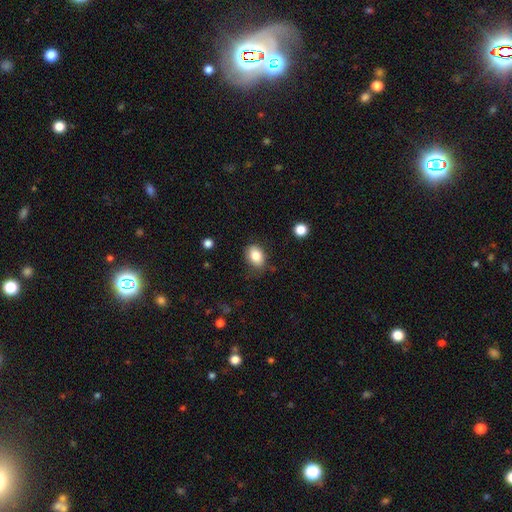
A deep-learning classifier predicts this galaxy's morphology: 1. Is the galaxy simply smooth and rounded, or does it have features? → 83% smooth, 9% star or artifact, 8% featured or disk.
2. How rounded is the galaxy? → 74% in between, 25% round, 1% cigar-shaped.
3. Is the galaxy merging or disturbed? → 76% none, 18% minor disturbance, 4% major disturbance, 2% merger.